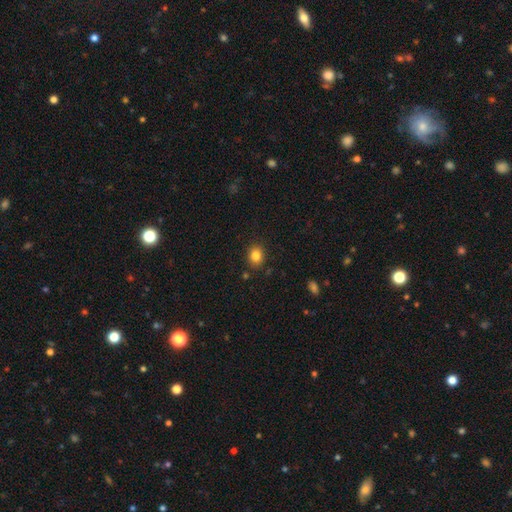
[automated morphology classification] The model was most divided on "how rounded": round: 61%, in between: 38%, cigar-shaped: 1%. More confident: merging — none (87%); smooth or featured — smooth (84%).